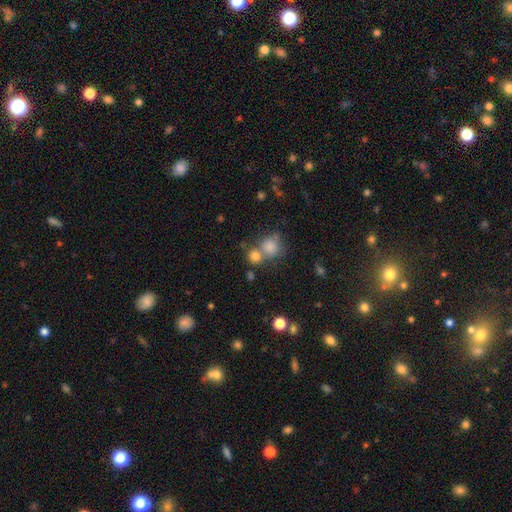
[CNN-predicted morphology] smooth 78%, star or artifact 14%, featured or disk 8%. Down the decision tree: how rounded — round (83%); merging — none (52%).